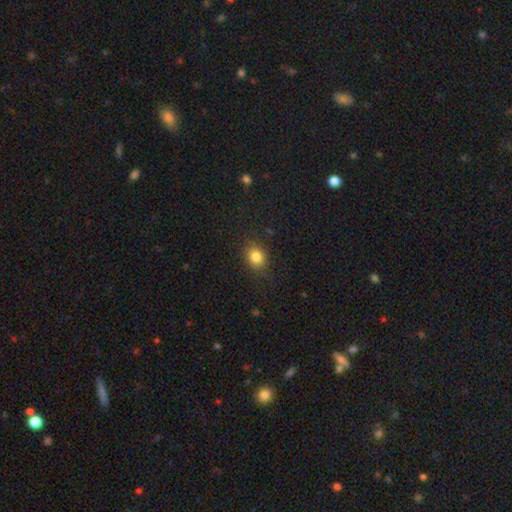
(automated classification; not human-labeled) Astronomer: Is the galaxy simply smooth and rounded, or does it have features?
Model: smooth — 83%.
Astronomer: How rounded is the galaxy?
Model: round — 66%.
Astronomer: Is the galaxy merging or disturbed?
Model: none — 85%.